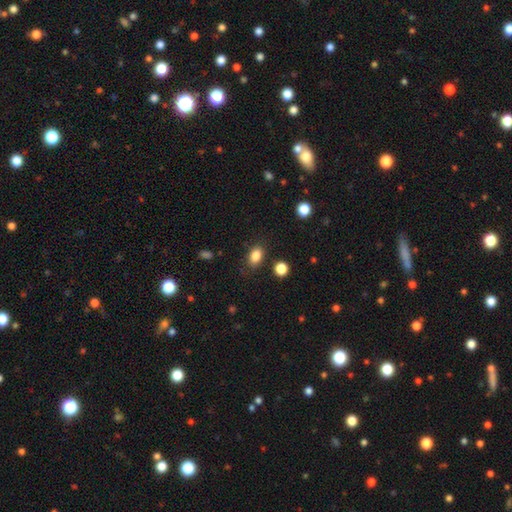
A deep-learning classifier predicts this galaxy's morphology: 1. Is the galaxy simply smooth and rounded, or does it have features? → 85% smooth, 10% star or artifact, 5% featured or disk.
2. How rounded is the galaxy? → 80% in between, 18% round, 2% cigar-shaped.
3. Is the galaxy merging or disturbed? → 81% none, 13% minor disturbance, 4% major disturbance, 3% merger.